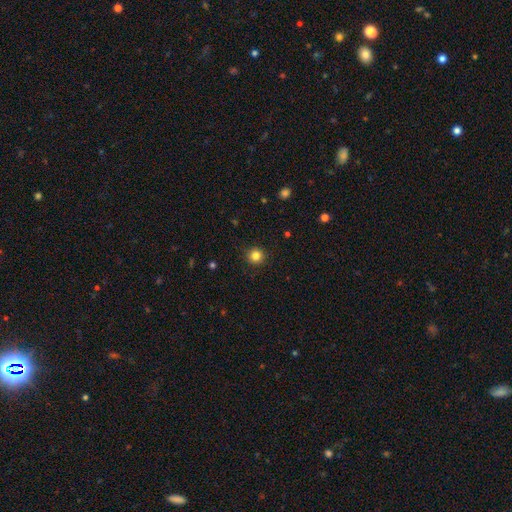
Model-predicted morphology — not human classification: type=smooth (83%); roundness=round (94%); merging=none (91%).